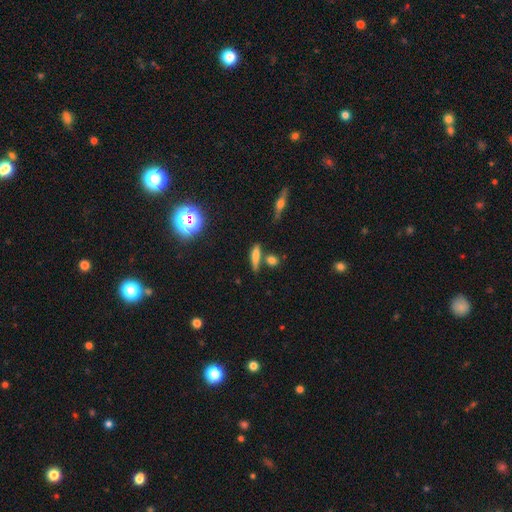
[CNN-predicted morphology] smooth_or_featured: smooth (p=0.64) [alt: featured or disk p=0.22]
how_rounded: cigar-shaped (p=0.62) [alt: in between p=0.30]
merging: none (p=0.63) [alt: merger p=0.17]